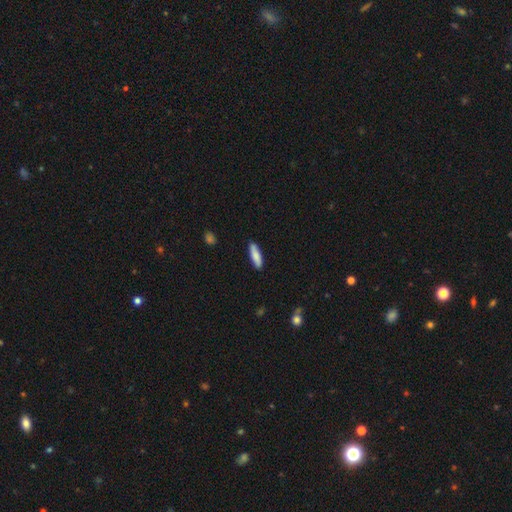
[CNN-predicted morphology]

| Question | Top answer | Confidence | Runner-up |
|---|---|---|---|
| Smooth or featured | smooth | 83% | featured or disk (11%) |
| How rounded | cigar-shaped | 62% | in between (37%) |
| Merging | none | 86% | minor disturbance (10%) |